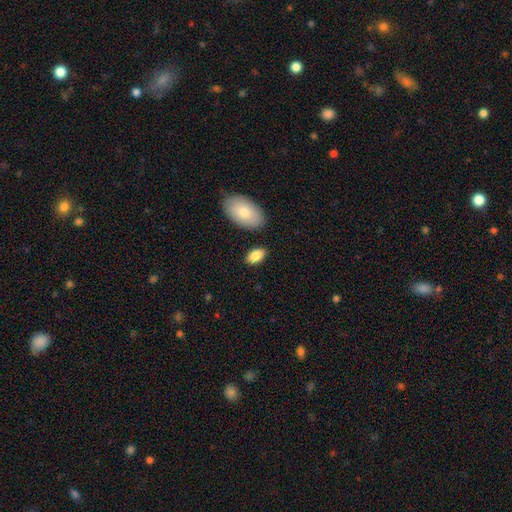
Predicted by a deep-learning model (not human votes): Morphology: type=smooth (85%); roundness=in between (93%); merging=none (82%).